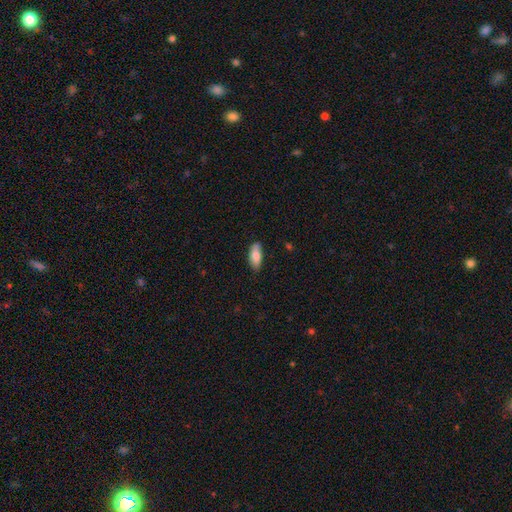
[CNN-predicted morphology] type=smooth (84%); roundness=in between (80%); merging=none (74%).